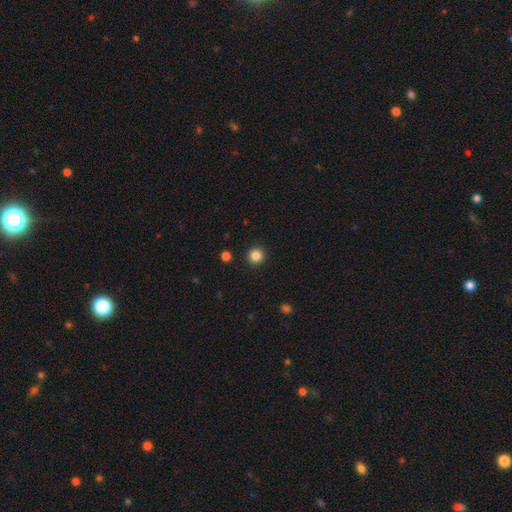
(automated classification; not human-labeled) A smooth galaxy with no disk features (85%) that is round (95%). Merging: none (93%).